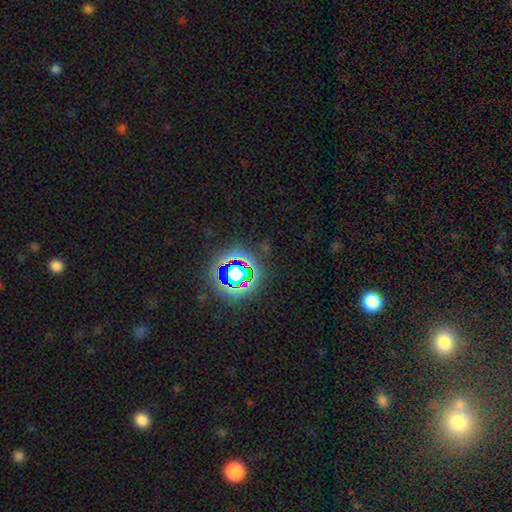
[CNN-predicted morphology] This appears to be a star or artifact, not a galaxy (72%).